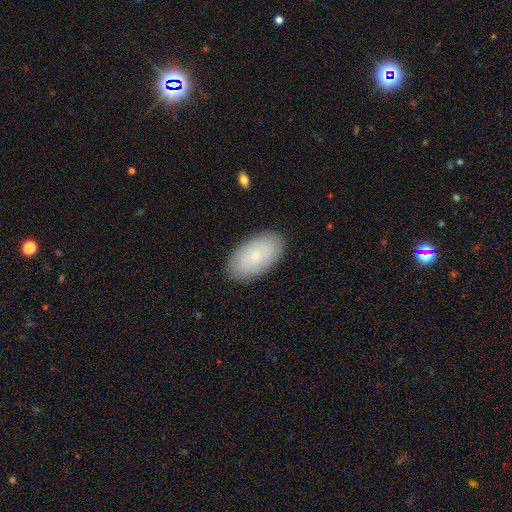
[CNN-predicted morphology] smooth 70%, featured or disk 23%, star or artifact 7%. Down the decision tree: how rounded — in between (95%); merging — none (88%).